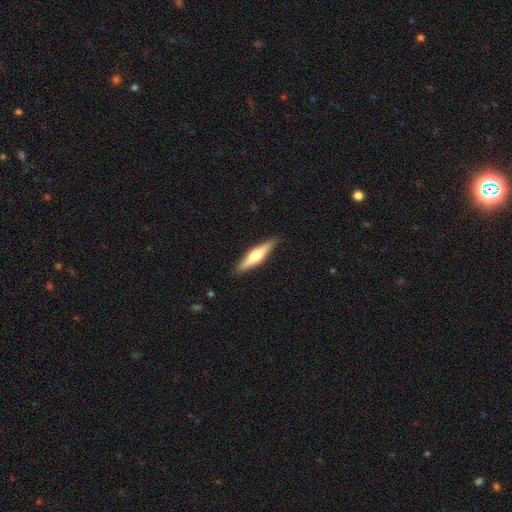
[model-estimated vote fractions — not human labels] Smooth or featured: featured or disk — 59% (smooth — 36%)
Edge-on disk: yes — 96% (no — 4%)
Edge-on bulge: rounded — 93% (boxy — 4%)
Merging: none — 90% (minor disturbance — 8%)